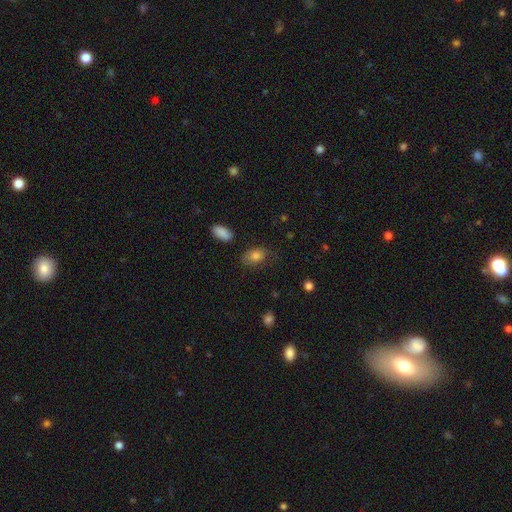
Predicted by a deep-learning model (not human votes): Smooth or featured?
  - smooth: 81% *
  - featured or disk: 10%
  - star or artifact: 9%
How rounded?
  - in between: 85% *
  - round: 13%
  - cigar-shaped: 2%
Merging?
  - none: 63% *
  - minor disturbance: 25%
  - major disturbance: 10%
  - merger: 3%